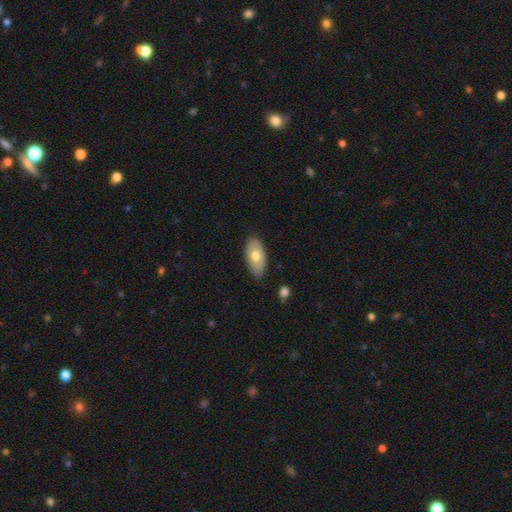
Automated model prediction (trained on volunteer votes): Smooth or featured? Predicted: smooth (p=0.65). How rounded? Predicted: in between (p=0.93). Merging? Predicted: none (p=0.80).